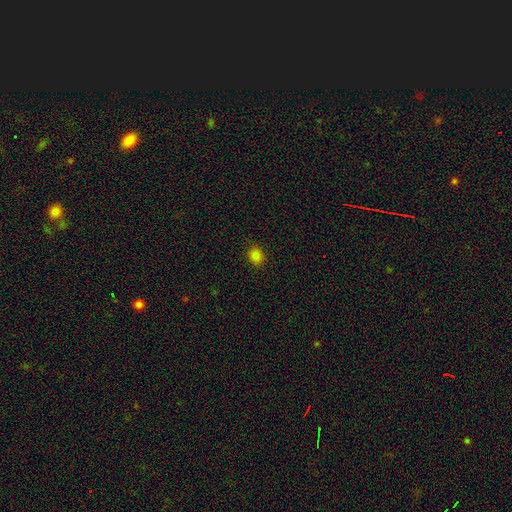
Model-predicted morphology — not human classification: smooth-or-featured: smooth: 82% | star or artifact: 15% | featured or disk: 4%
  how-rounded: round: 70% | in between: 29% | cigar-shaped: 1%
  merging: none: 89% | minor disturbance: 8% | major disturbance: 2% | merger: 1%